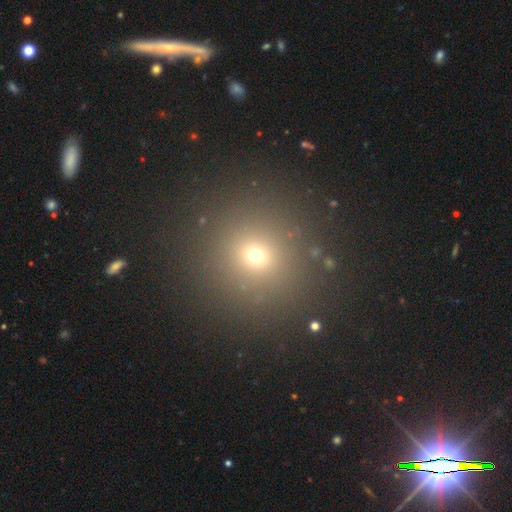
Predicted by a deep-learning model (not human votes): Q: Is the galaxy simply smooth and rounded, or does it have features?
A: smooth — 66%.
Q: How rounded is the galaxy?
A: round — 90%.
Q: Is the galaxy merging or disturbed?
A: none — 87%.